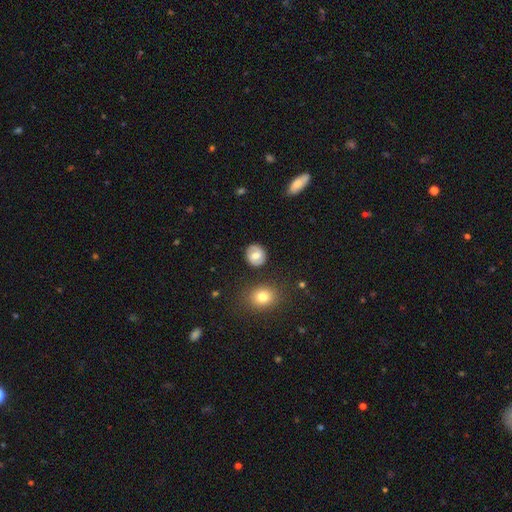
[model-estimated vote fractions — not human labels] smooth-or-featured: smooth: 62% | featured or disk: 30% | star or artifact: 8%
  how-rounded: round: 76% | in between: 23% | cigar-shaped: 1%
  merging: none: 86% | minor disturbance: 9% | major disturbance: 3% | merger: 2%